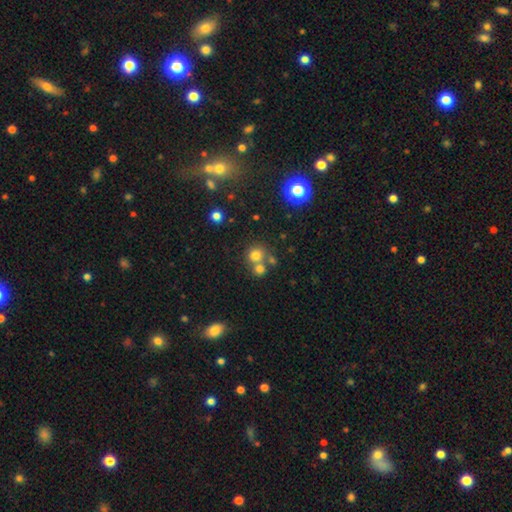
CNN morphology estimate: This appears to be a smooth galaxy with no disk features (72%) that is round (86%). Merging: none (53%).